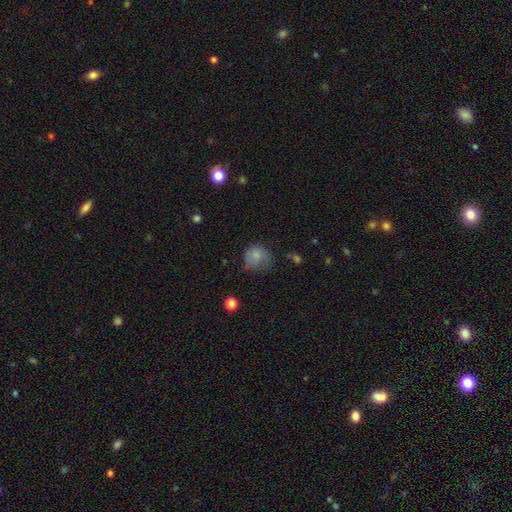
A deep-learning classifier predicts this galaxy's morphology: Smooth or featured? smooth (76%)
How rounded? round (75%)
Merging? none (43%)